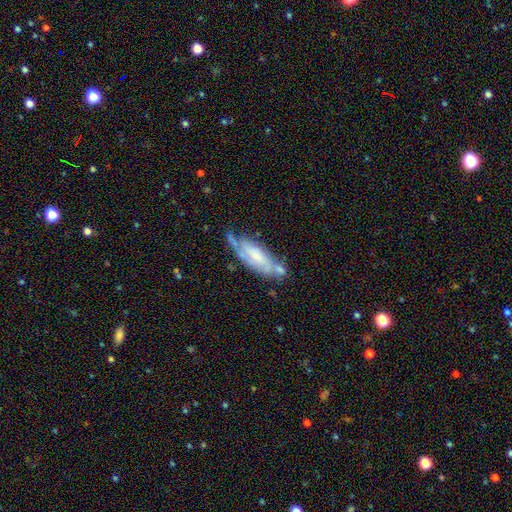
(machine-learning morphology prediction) Smooth or featured? Predicted: featured or disk (p=0.59). Edge-on disk? Predicted: no (p=0.77). Merging? Predicted: none (p=0.46).